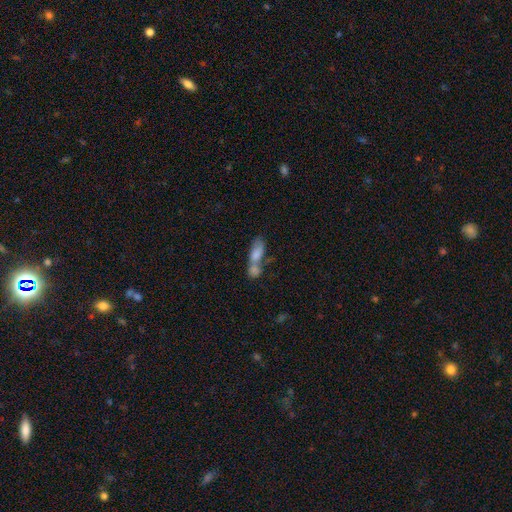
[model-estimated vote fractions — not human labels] Smooth or featured: smooth — 67% (featured or disk — 23%)
How rounded: in between — 67% (cigar-shaped — 27%)
Merging: merger — 66% (none — 19%)